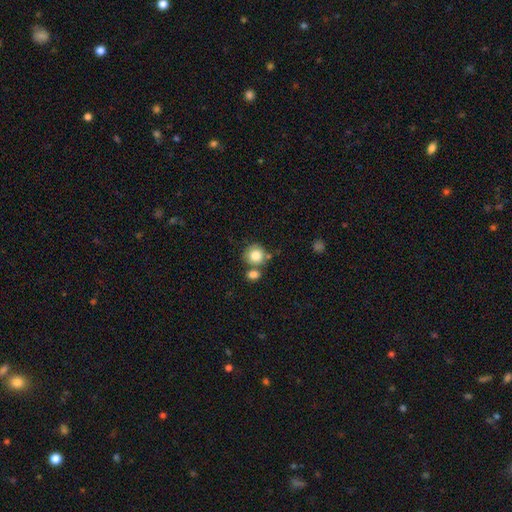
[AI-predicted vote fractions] Smooth or featured?
  - smooth: 82% *
  - featured or disk: 9%
  - star or artifact: 9%
How rounded?
  - round: 87% *
  - in between: 12%
  - cigar-shaped: 1%
Merging?
  - none: 59% *
  - merger: 26%
  - minor disturbance: 11%
  - major disturbance: 4%